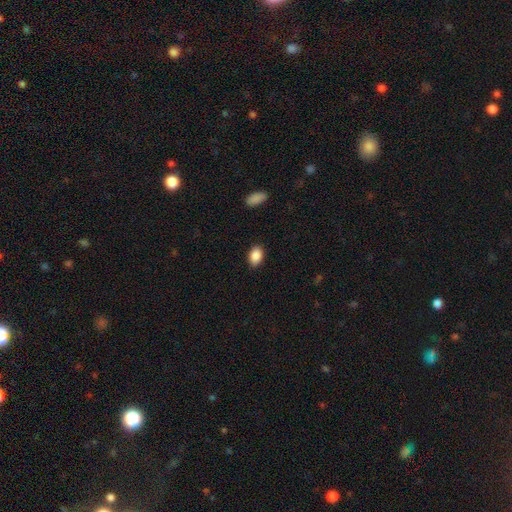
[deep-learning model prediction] Overall: smooth (88%). How rounded: in between (82%). Merging: none (87%).